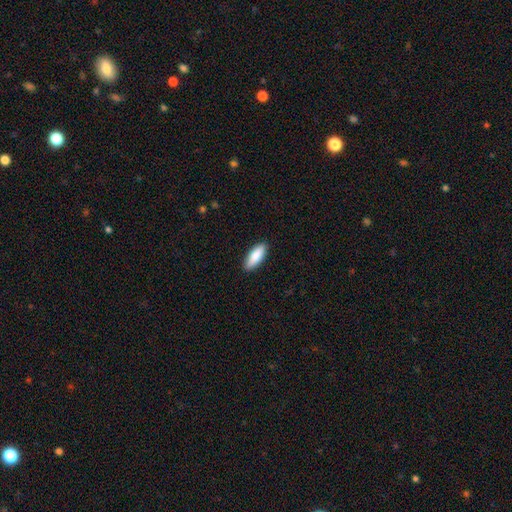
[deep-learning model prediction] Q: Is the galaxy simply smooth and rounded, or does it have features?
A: smooth — 87%.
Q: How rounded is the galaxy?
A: in between — 69%.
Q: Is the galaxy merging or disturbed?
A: none — 90%.